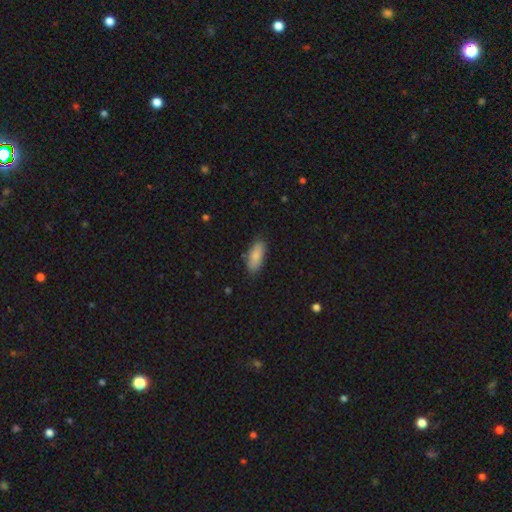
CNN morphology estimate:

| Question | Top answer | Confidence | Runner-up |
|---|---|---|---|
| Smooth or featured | smooth | 86% | featured or disk (8%) |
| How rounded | in between | 82% | cigar-shaped (16%) |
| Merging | none | 83% | minor disturbance (13%) |